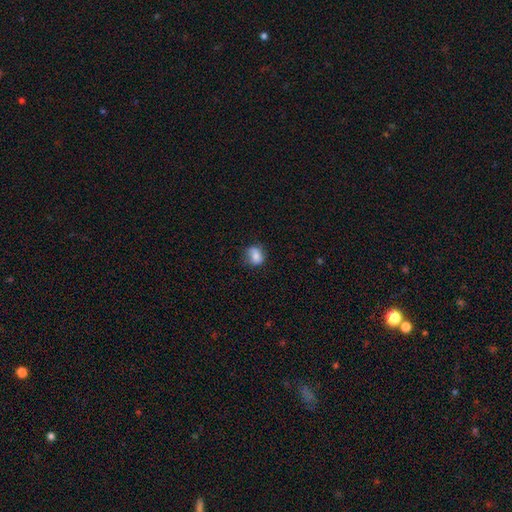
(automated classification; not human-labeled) Smooth or featured? smooth (80%)
How rounded? round (54%)
Merging? none (64%)